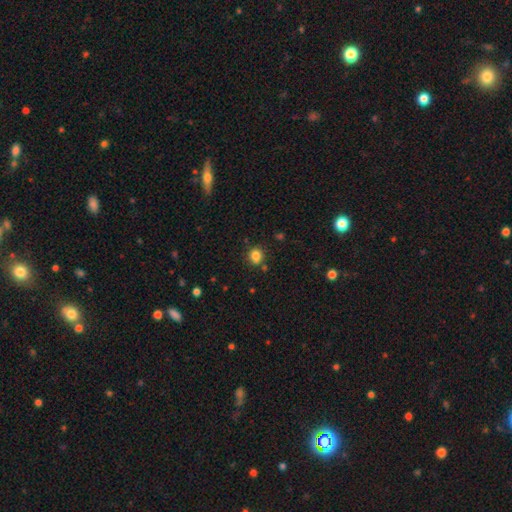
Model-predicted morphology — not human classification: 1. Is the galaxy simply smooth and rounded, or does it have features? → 83% smooth, 12% star or artifact, 5% featured or disk.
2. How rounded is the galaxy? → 74% round, 25% in between, 1% cigar-shaped.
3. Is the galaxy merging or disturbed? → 75% none, 13% minor disturbance, 8% merger, 3% major disturbance.